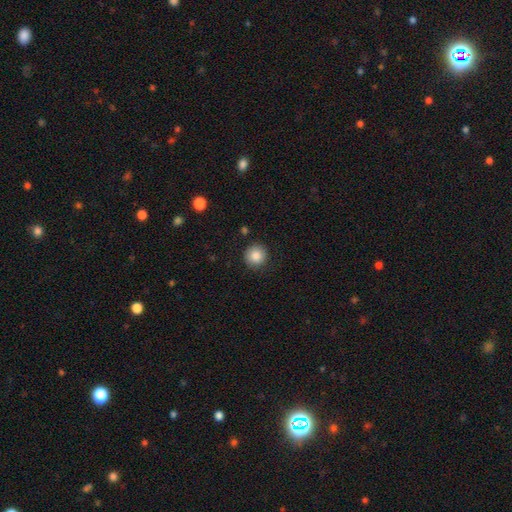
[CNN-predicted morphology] This is clearly a smooth galaxy (86%). How rounded: clearly round (93%). Merging: clearly none (88%).